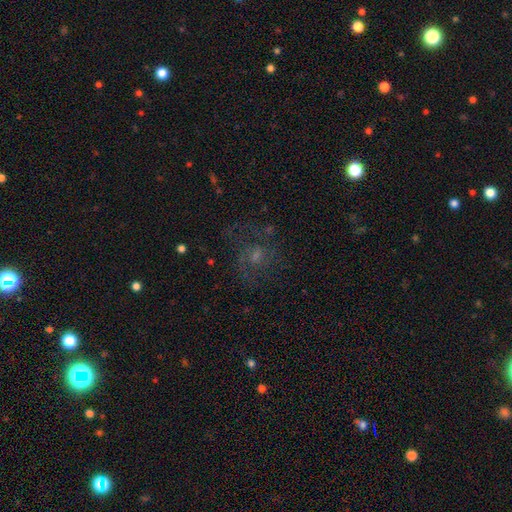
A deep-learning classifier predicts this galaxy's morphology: This appears to be a featured or disk galaxy (53%) with no bar (64%), spiral arms (72%) and a small central bulge (46%). Merging: none (60%).